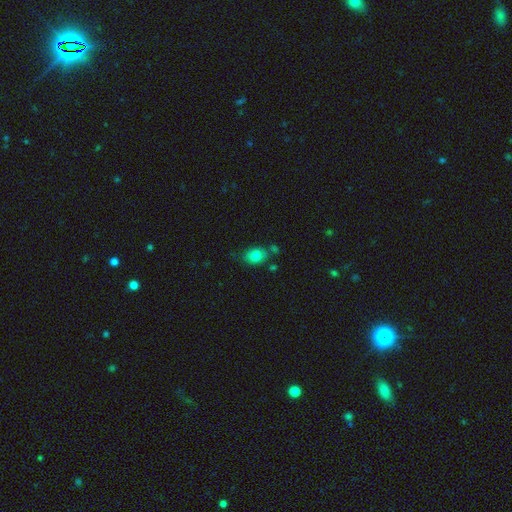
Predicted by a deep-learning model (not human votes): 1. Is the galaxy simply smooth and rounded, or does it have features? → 81% smooth, 10% star or artifact, 9% featured or disk.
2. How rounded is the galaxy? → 66% in between, 33% round, 1% cigar-shaped.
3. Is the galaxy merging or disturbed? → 68% none, 19% minor disturbance, 8% merger, 5% major disturbance.